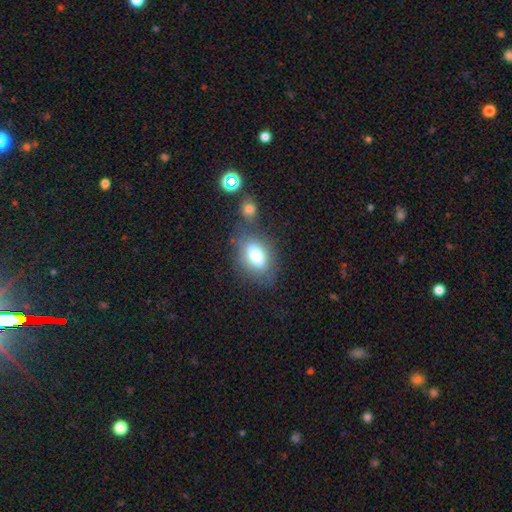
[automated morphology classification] A smooth galaxy with no disk features (68%) that is in between round and cigar-shaped (87%). Merging: none (57%).